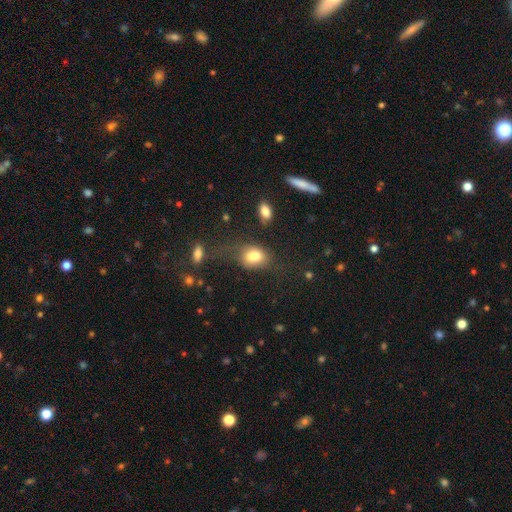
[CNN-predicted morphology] Overall: smooth (78%). How rounded: in between (72%). Merging: none (43%; minor disturbance 23%).